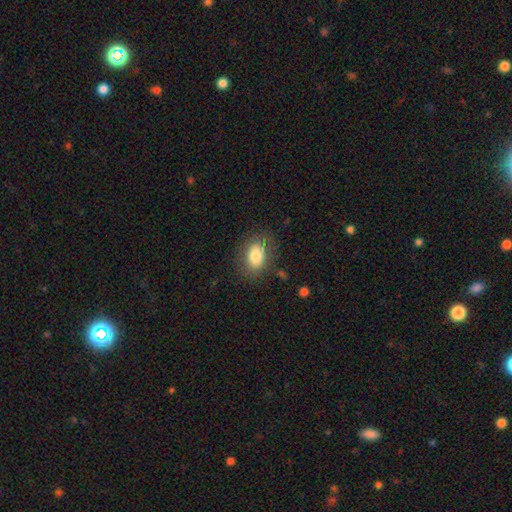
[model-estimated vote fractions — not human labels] Morphology: type=smooth (80%); roundness=in between (79%); merging=none (78%).